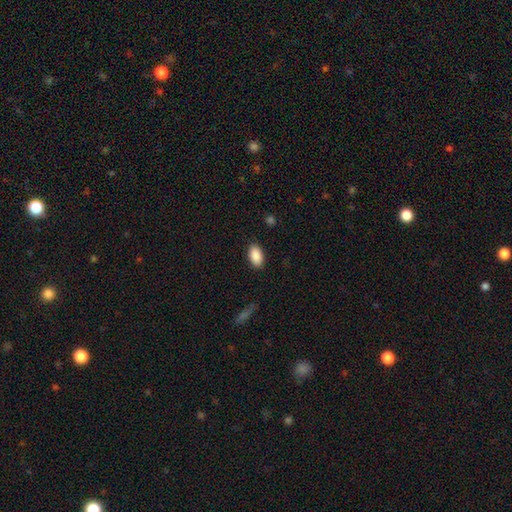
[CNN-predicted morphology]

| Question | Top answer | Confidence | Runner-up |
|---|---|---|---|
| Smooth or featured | smooth | 89% | star or artifact (7%) |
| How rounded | in between | 94% | round (4%) |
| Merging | none | 88% | minor disturbance (9%) |